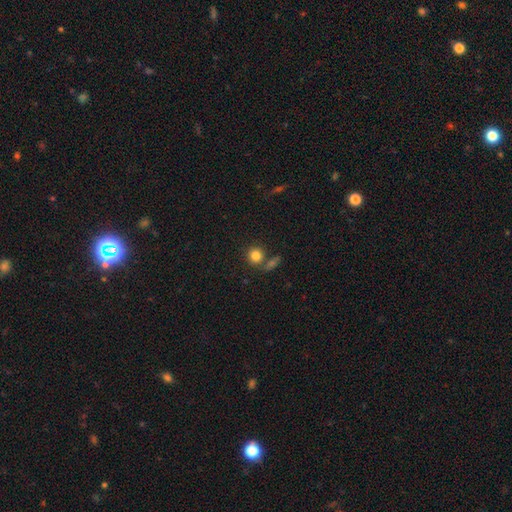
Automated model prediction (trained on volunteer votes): This is clearly a smooth galaxy (83%). How rounded: clearly round (87%). Merging: likely none (67%).